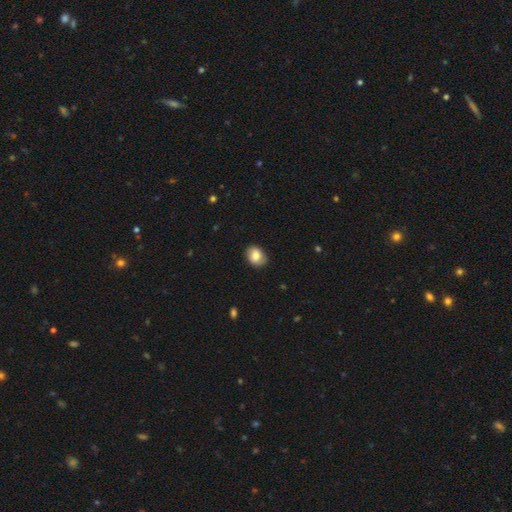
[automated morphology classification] A smooth galaxy with no disk features (76%) that is in between round and cigar-shaped (53%).

Vote fractions:
- Smooth or featured? smooth: 76% / featured or disk: 16% / star or artifact: 8%
- How rounded? in between: 53% / round: 46% / cigar-shaped: 1%
- Merging? none: 82% / minor disturbance: 14% / major disturbance: 3% / merger: 1%